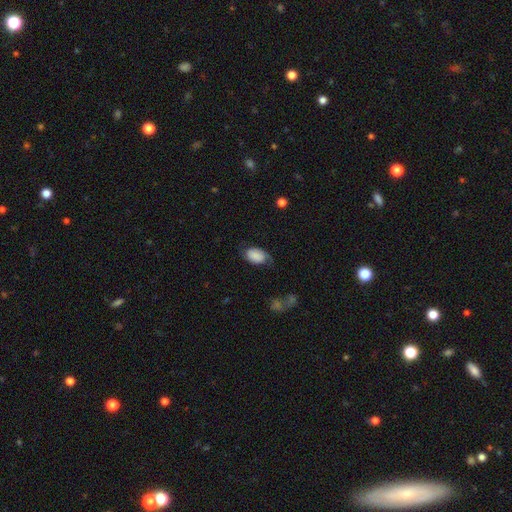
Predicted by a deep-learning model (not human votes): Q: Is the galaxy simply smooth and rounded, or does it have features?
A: smooth — 73%.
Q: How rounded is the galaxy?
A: in between — 90%.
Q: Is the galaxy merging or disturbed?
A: none — 50%.